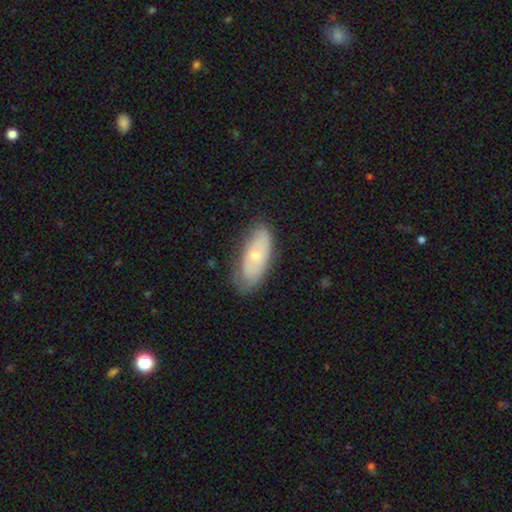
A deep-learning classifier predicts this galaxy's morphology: Smooth or featured? smooth (50%)
How rounded? in between (84%)
Merging? none (70%)